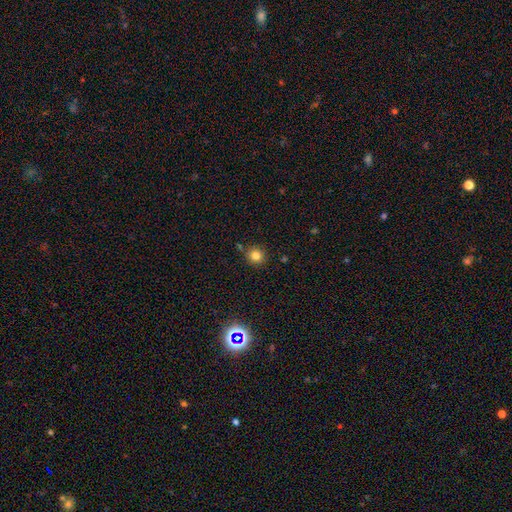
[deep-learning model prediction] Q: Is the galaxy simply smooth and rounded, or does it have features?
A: smooth — 81%.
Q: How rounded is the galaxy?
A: round — 92%.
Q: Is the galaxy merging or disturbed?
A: none — 81%.